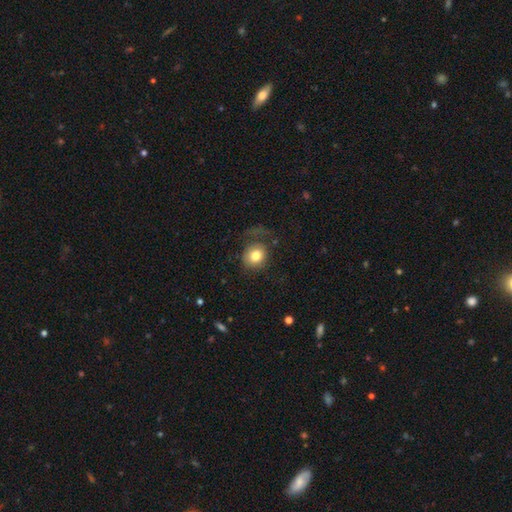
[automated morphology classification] smooth-or-featured: smooth: 78% | featured or disk: 12% | star or artifact: 10%
  how-rounded: round: 73% | in between: 26% | cigar-shaped: 1%
  merging: none: 58% | major disturbance: 21% | minor disturbance: 19% | merger: 2%